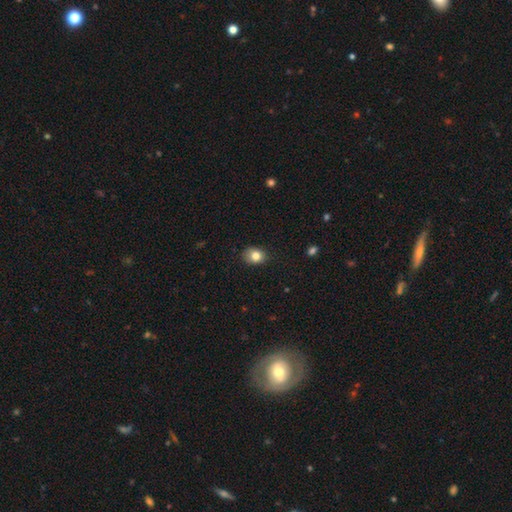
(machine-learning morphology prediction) smooth-or-featured: smooth: 80% | star or artifact: 10% | featured or disk: 9%
  how-rounded: in between: 53% | round: 46% | cigar-shaped: 1%
  merging: none: 78% | minor disturbance: 17% | major disturbance: 3% | merger: 1%